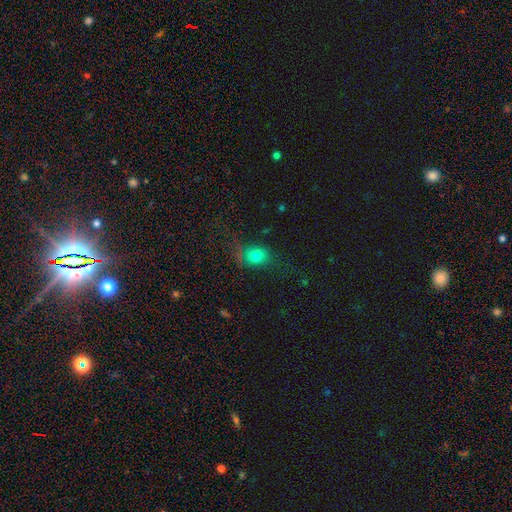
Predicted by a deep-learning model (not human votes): Morphology: type=smooth (75%); roundness=in between (53%); merging=none (59%).